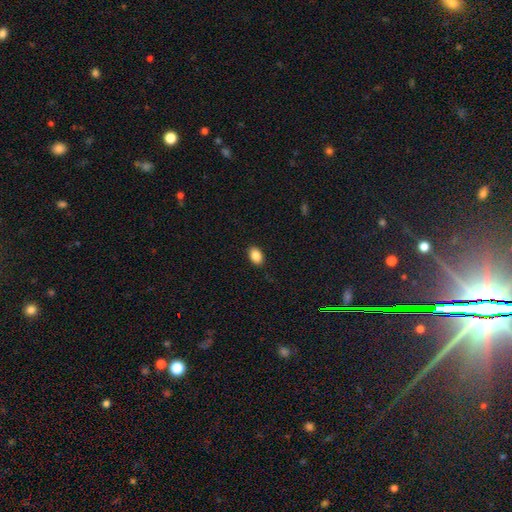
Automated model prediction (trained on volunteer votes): Smooth or featured? Predicted: smooth (p=0.88). How rounded? Predicted: in between (p=0.83). Merging? Predicted: none (p=0.89).